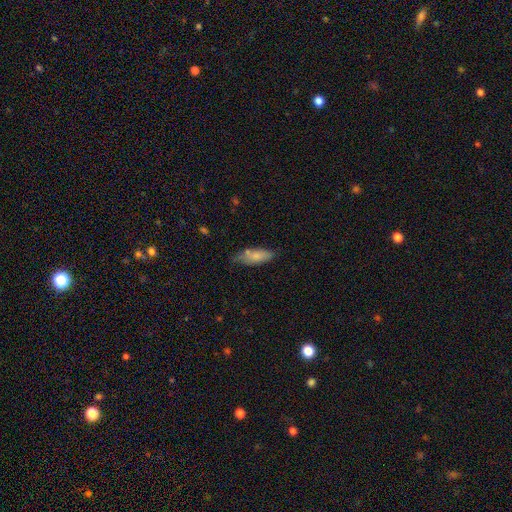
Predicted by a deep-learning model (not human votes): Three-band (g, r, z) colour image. It shows a smooth galaxy with no disk features (76%) that is in between round and cigar-shaped (68%). Merging: none (57%).